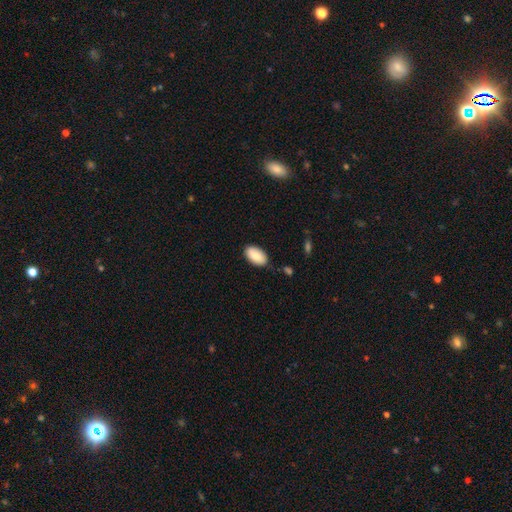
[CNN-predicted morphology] A smooth galaxy with no disk features (86%) that is in between round and cigar-shaped (95%).

Vote fractions:
- Smooth or featured? smooth: 86% / featured or disk: 8% / star or artifact: 6%
- How rounded? in between: 95% / round: 3% / cigar-shaped: 2%
- Merging? none: 82% / minor disturbance: 13% / major disturbance: 3% / merger: 2%